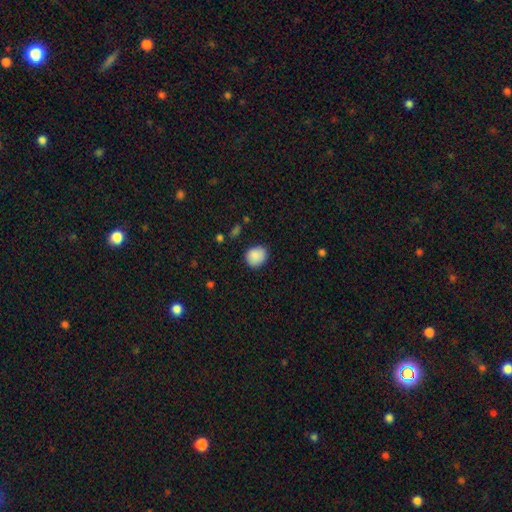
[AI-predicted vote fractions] A smooth galaxy with no disk features (88%) that is round (70%).

Vote fractions:
- Smooth or featured? smooth: 88% / star or artifact: 8% / featured or disk: 4%
- How rounded? round: 70% / in between: 29% / cigar-shaped: 1%
- Merging? none: 81% / minor disturbance: 15% / major disturbance: 3% / merger: 2%